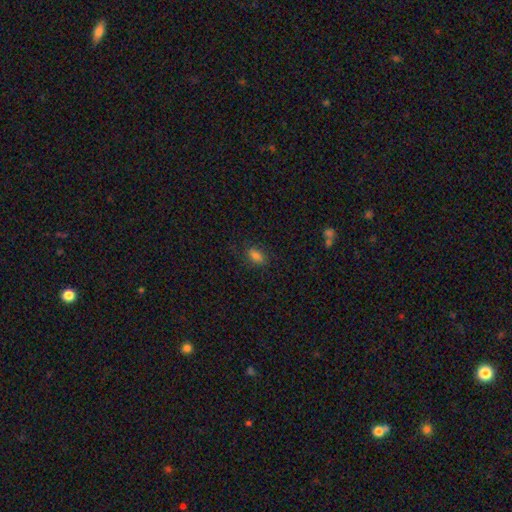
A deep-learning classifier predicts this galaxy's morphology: smooth-or-featured: smooth: 78% | star or artifact: 13% | featured or disk: 9%
  how-rounded: in between: 86% | round: 9% | cigar-shaped: 5%
  merging: none: 75% | minor disturbance: 17% | major disturbance: 7% | merger: 1%